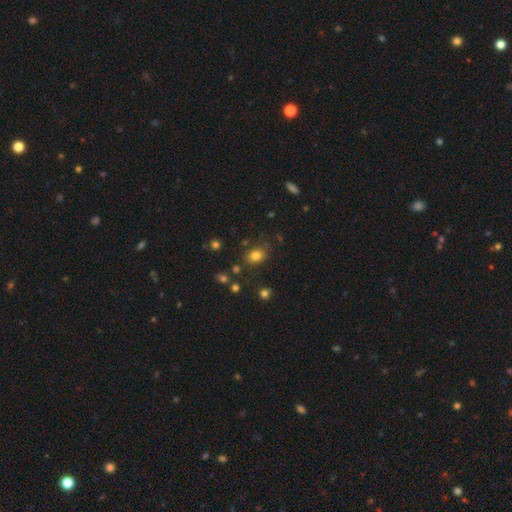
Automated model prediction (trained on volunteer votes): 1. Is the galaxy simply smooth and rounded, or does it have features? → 79% smooth, 13% star or artifact, 8% featured or disk.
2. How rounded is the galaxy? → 57% in between, 42% round, 1% cigar-shaped.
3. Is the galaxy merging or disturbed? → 76% none, 15% minor disturbance, 5% major disturbance, 4% merger.